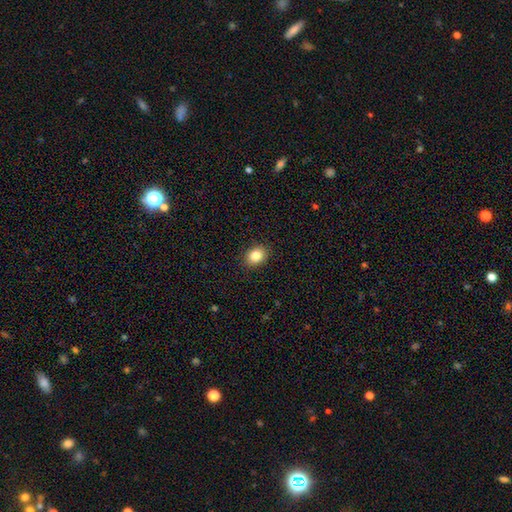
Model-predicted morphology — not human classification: type=smooth (85%); roundness=in between (59%); merging=none (90%).